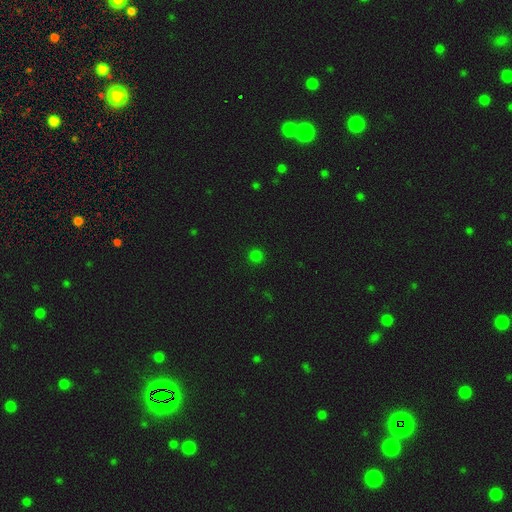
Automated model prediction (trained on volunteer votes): This is likely a smooth galaxy (79%). How rounded: clearly round (94%). Merging: clearly none (92%).